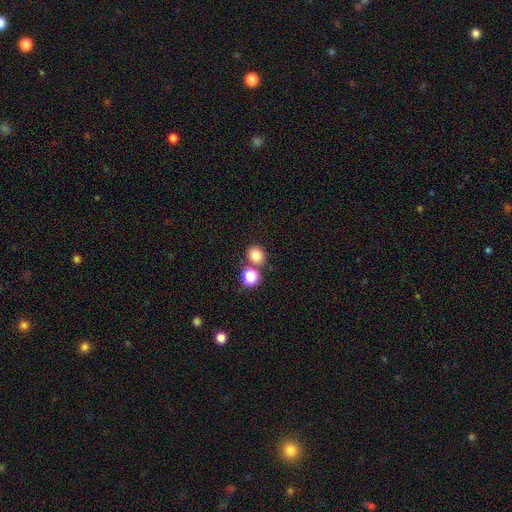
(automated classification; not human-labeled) smooth-or-featured: smooth: 79% | star or artifact: 14% | featured or disk: 6%
  how-rounded: round: 79% | in between: 20% | cigar-shaped: 1%
  merging: none: 69% | merger: 20% | minor disturbance: 8% | major disturbance: 3%